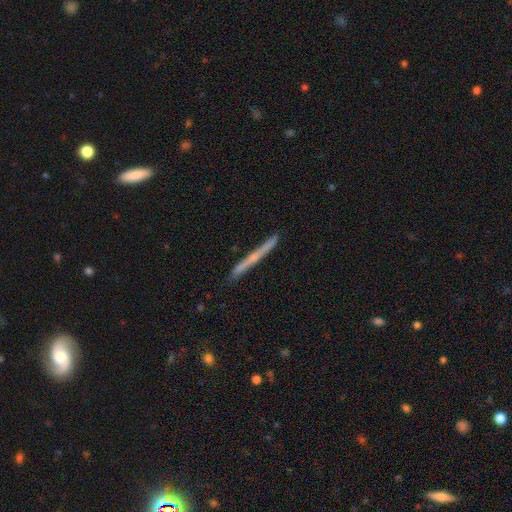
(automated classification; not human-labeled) The model was most divided on "smooth or featured": featured or disk: 56%, smooth: 37%, star or artifact: 6%. More confident: edge-on disk — yes (97%); merging — none (89%); edge-on bulge — none (66%).